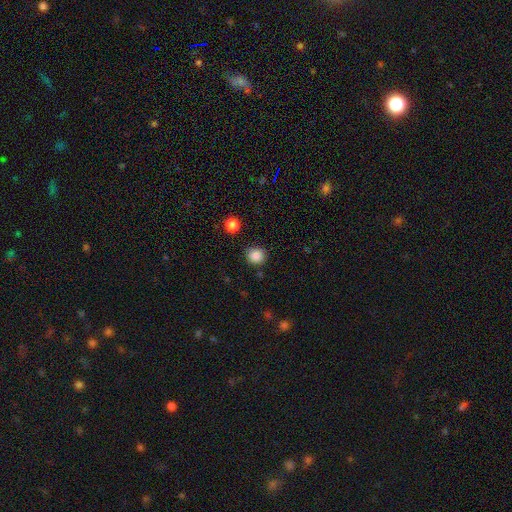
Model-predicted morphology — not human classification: Smooth or featured? smooth (86%)
How rounded? round (86%)
Merging? none (85%)